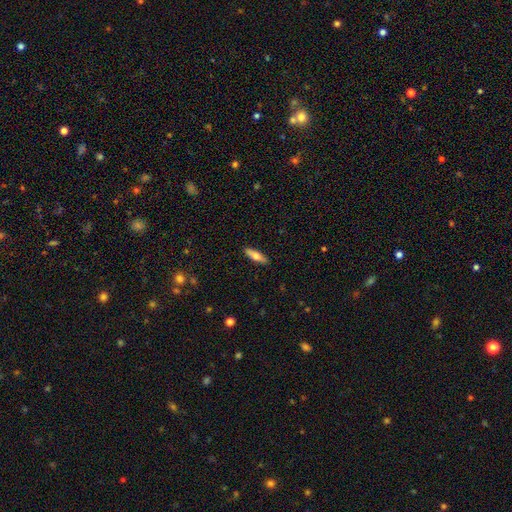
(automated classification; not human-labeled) smooth 64%, featured or disk 30%, star or artifact 6%. Down the decision tree: how rounded — cigar-shaped (55%); merging — none (89%).